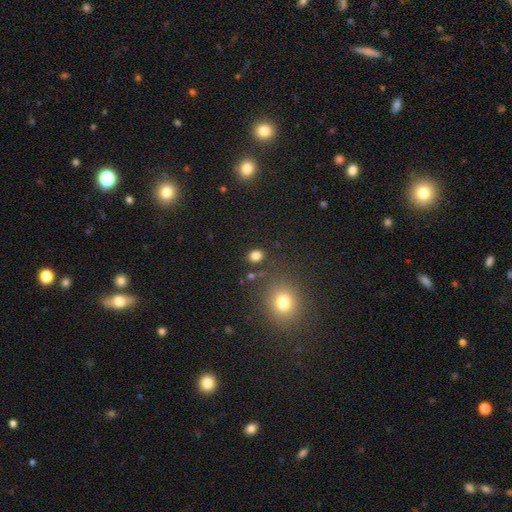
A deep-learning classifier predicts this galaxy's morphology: A smooth galaxy with no disk features (81%) that is in between round and cigar-shaped (50%).

Vote fractions:
- Smooth or featured? smooth: 81% / star or artifact: 14% / featured or disk: 5%
- How rounded? in between: 50% / round: 49% / cigar-shaped: 1%
- Merging? none: 83% / minor disturbance: 9% / merger: 5% / major disturbance: 3%